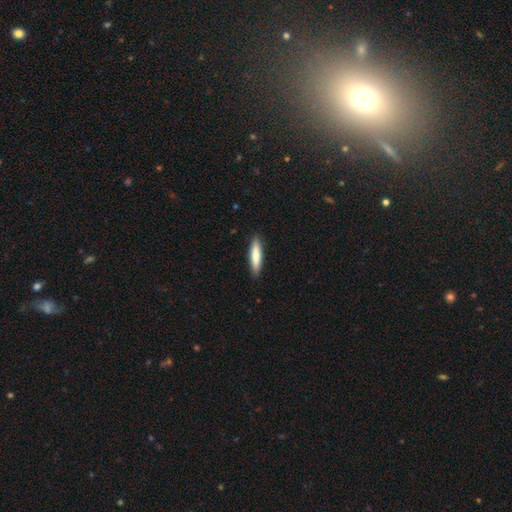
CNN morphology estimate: smooth 76%, featured or disk 19%, star or artifact 5%. Down the decision tree: how rounded — cigar-shaped (80%); merging — none (90%).